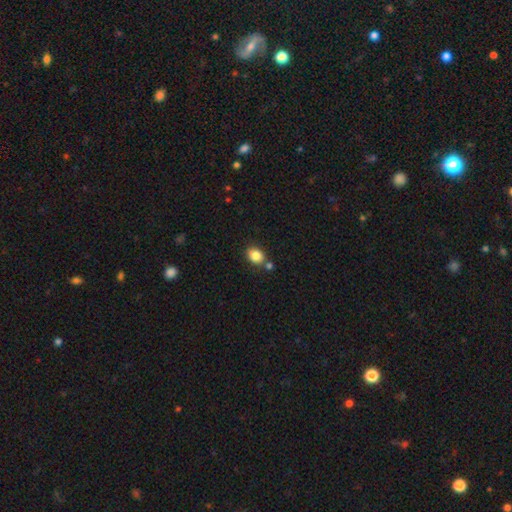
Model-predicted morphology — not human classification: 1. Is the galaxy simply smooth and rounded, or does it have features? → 85% smooth, 9% star or artifact, 6% featured or disk.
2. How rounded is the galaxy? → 55% in between, 44% round, 1% cigar-shaped.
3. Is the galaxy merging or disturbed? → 72% none, 14% merger, 11% minor disturbance, 3% major disturbance.